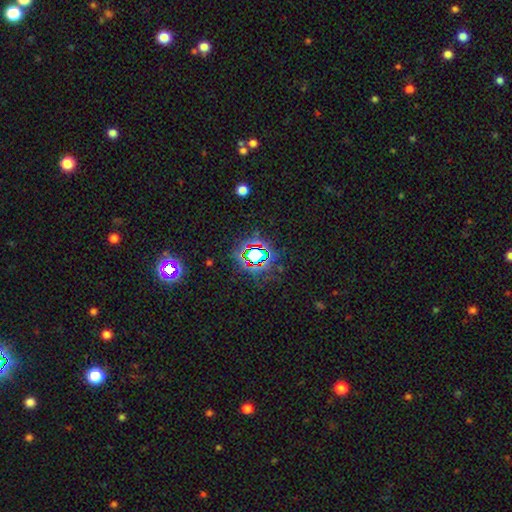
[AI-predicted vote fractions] smooth-or-featured: star or artifact: 71% | smooth: 18% | featured or disk: 11%